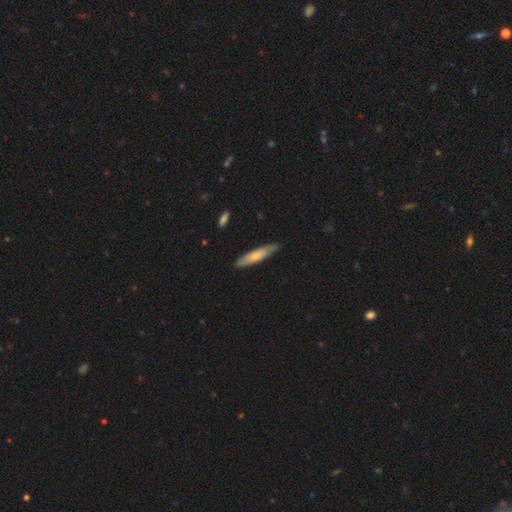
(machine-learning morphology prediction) The model was most divided on "smooth or featured": smooth: 62%, featured or disk: 33%, star or artifact: 5%. More confident: merging — none (84%); how rounded — cigar-shaped (81%).